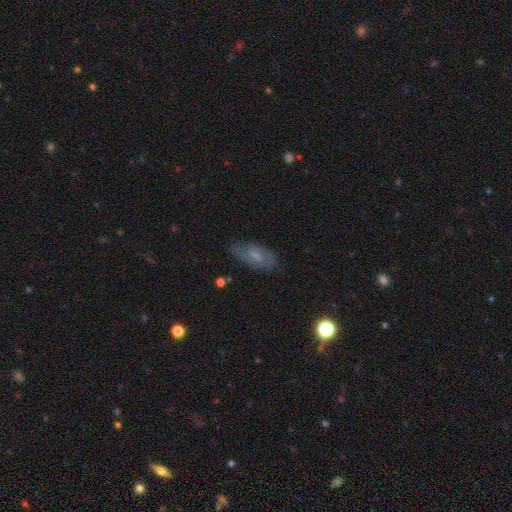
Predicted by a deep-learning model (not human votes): A featured or disk galaxy (57%) with a weak bar (52%), spiral arms (79%) and a small central bulge (46%). Merging: none (75%).